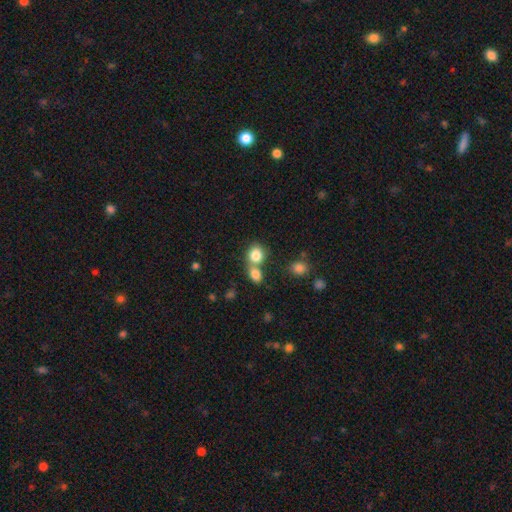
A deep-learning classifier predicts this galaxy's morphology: Overall: smooth (82%). How rounded: round (72%). Merging: merger (47%; none 42%).